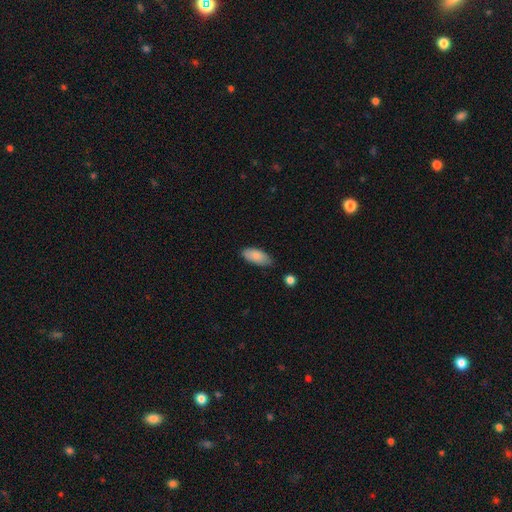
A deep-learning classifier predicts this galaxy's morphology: smooth-or-featured: smooth: 84% | featured or disk: 9% | star or artifact: 6%
  how-rounded: in between: 89% | cigar-shaped: 9% | round: 2%
  merging: none: 69% | minor disturbance: 25% | major disturbance: 4% | merger: 2%